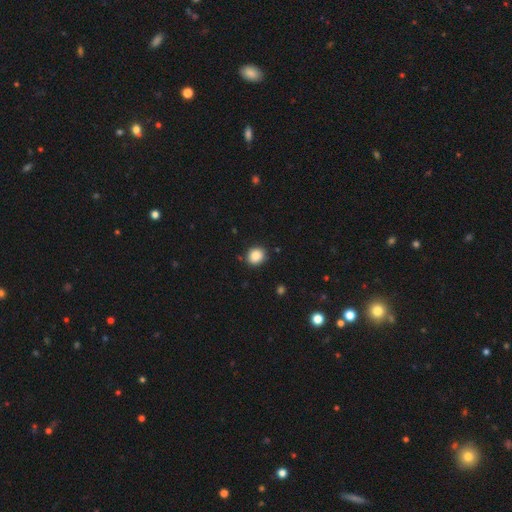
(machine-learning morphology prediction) Smooth or featured: smooth — 87% (star or artifact — 10%)
How rounded: round — 77% (in between — 22%)
Merging: none — 87% (minor disturbance — 9%)